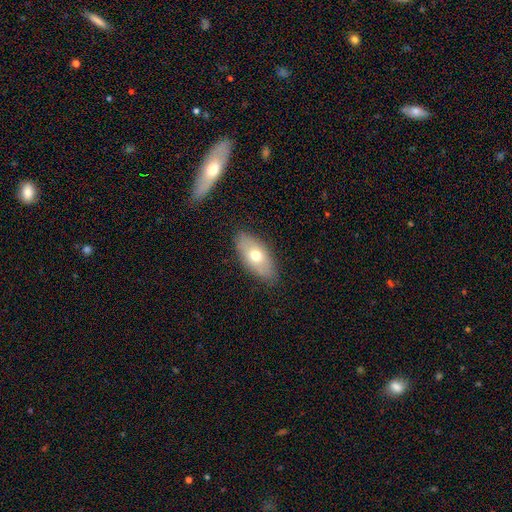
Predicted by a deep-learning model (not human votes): Smooth or featured?
  - smooth: 64% *
  - featured or disk: 29%
  - star or artifact: 7%
How rounded?
  - in between: 89% *
  - cigar-shaped: 7%
  - round: 4%
Merging?
  - none: 84% *
  - minor disturbance: 12%
  - major disturbance: 3%
  - merger: 1%